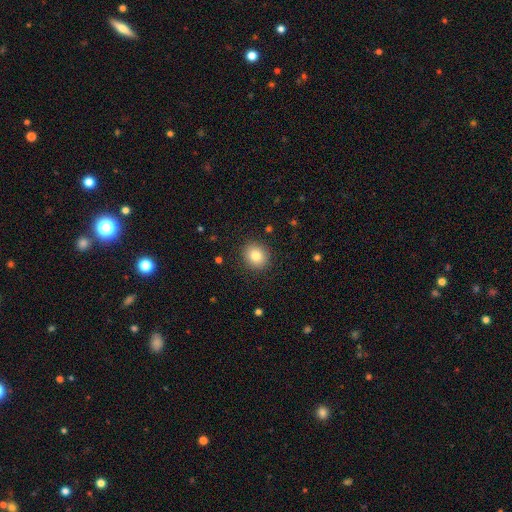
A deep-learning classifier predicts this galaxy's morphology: Smooth or featured?
  - smooth: 82% *
  - star or artifact: 10%
  - featured or disk: 8%
How rounded?
  - round: 80% *
  - in between: 19%
  - cigar-shaped: 1%
Merging?
  - none: 90% *
  - minor disturbance: 7%
  - major disturbance: 2%
  - merger: 1%